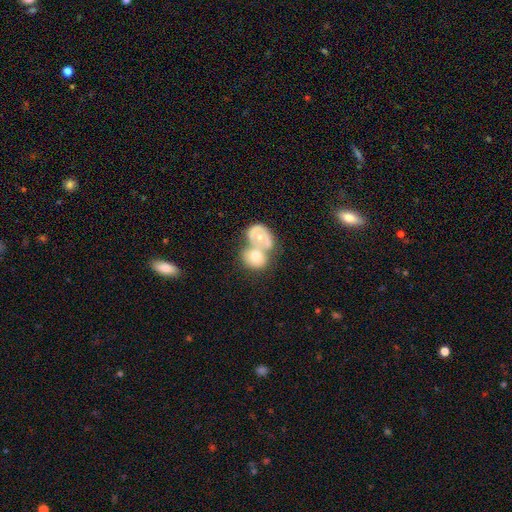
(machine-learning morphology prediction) This is possibly a smooth galaxy (48%). Merging: likely merger (67%).